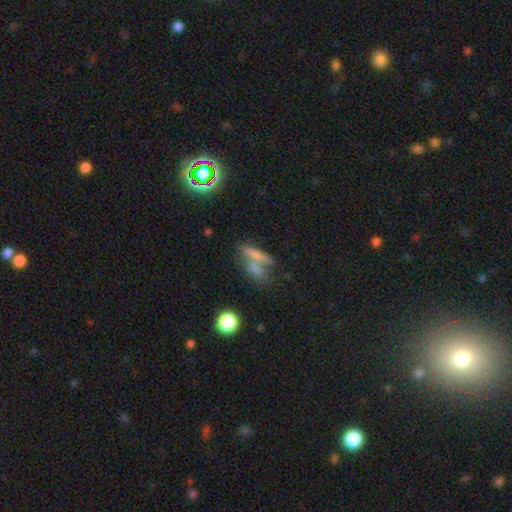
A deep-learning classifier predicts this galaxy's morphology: smooth-or-featured: smooth: 61% | featured or disk: 22% | star or artifact: 17%
  how-rounded: cigar-shaped: 62% | in between: 28% | round: 10%
  merging: none: 43% | merger: 40% | minor disturbance: 11% | major disturbance: 6%